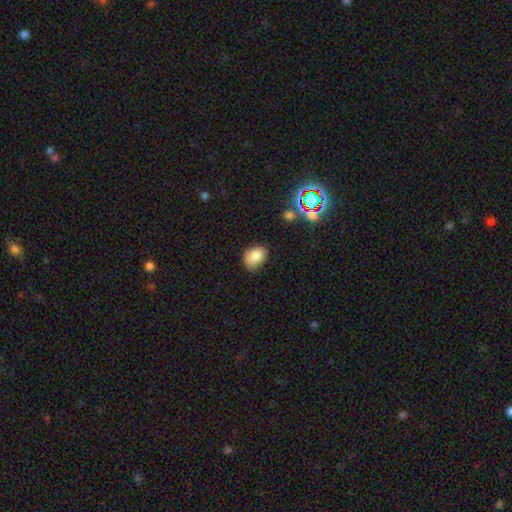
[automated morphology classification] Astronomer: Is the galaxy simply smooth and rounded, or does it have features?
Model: smooth — 80%.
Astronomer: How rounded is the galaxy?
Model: in between — 70%.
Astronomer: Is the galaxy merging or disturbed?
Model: none — 60%.